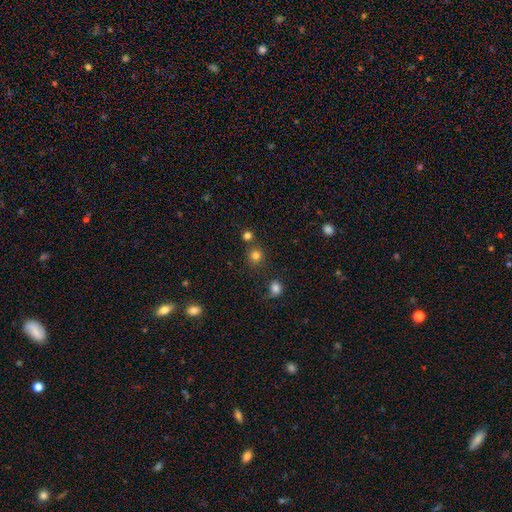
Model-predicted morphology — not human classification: Smooth or featured? smooth (79%)
How rounded? round (91%)
Merging? none (78%)